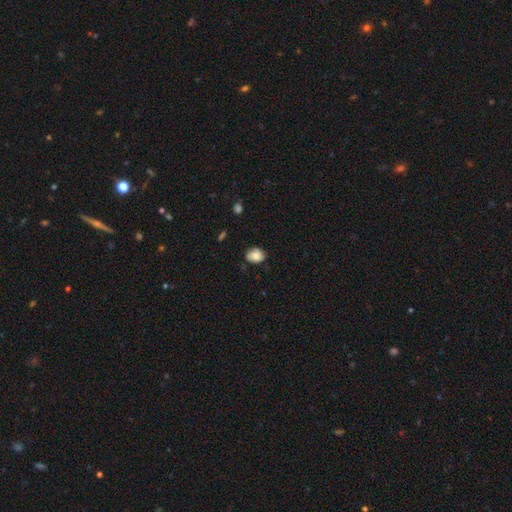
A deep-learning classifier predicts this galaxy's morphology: Smooth or featured?
  - smooth: 80% *
  - featured or disk: 11%
  - star or artifact: 9%
How rounded?
  - in between: 55% *
  - round: 44%
  - cigar-shaped: 1%
Merging?
  - none: 65% *
  - minor disturbance: 28%
  - major disturbance: 5%
  - merger: 2%